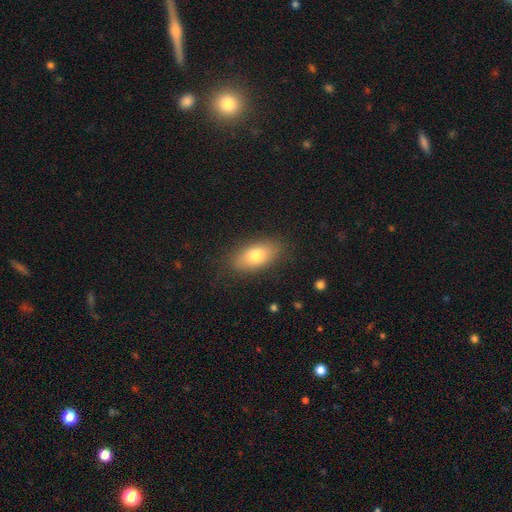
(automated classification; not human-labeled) This appears to be a smooth galaxy with no disk features (77%) that is in between round and cigar-shaped (88%). Merging: none (84%).